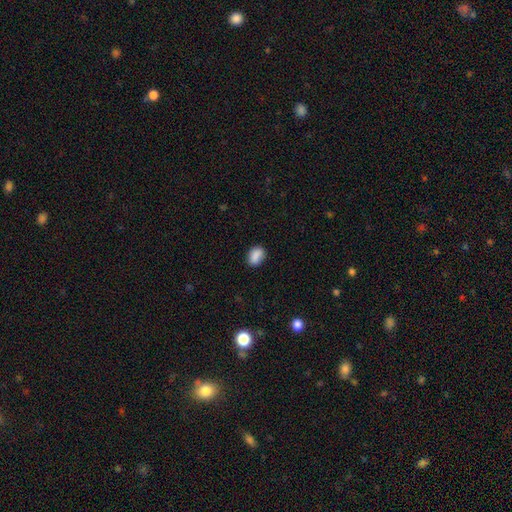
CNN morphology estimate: The model was most divided on "how rounded": in between: 76%, round: 22%, cigar-shaped: 2%. More confident: smooth or featured — smooth (87%); merging — none (80%).